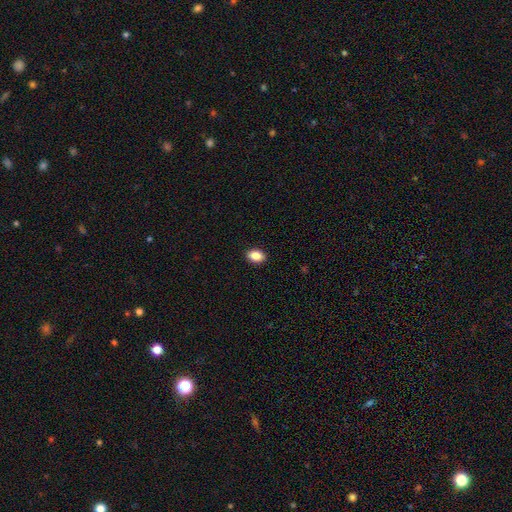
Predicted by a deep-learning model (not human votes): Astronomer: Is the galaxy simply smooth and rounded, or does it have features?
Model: smooth — 88%.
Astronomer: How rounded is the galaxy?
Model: in between — 80%.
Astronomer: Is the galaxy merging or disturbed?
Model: none — 91%.